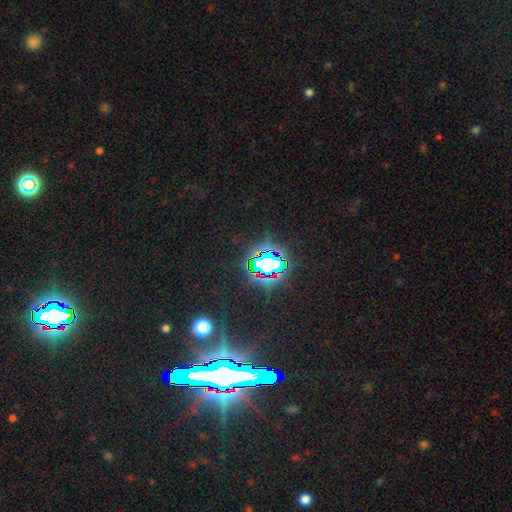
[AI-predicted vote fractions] Morphology: type=star or artifact (78%).